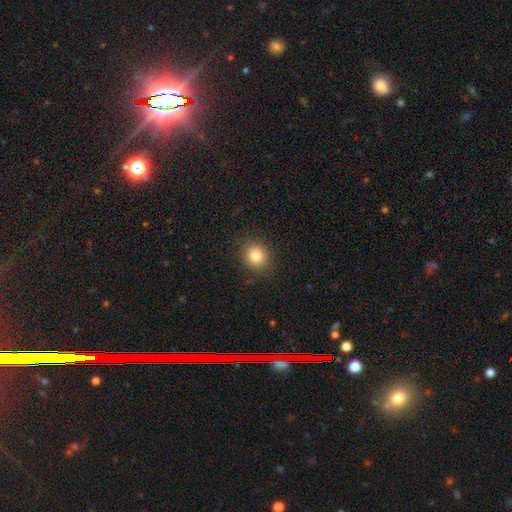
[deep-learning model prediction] A smooth galaxy with no disk features (82%) that is round (83%).

Vote fractions:
- Smooth or featured? smooth: 82% / star or artifact: 11% / featured or disk: 7%
- How rounded? round: 83% / in between: 16% / cigar-shaped: 1%
- Merging? none: 89% / minor disturbance: 8% / major disturbance: 3% / merger: 1%